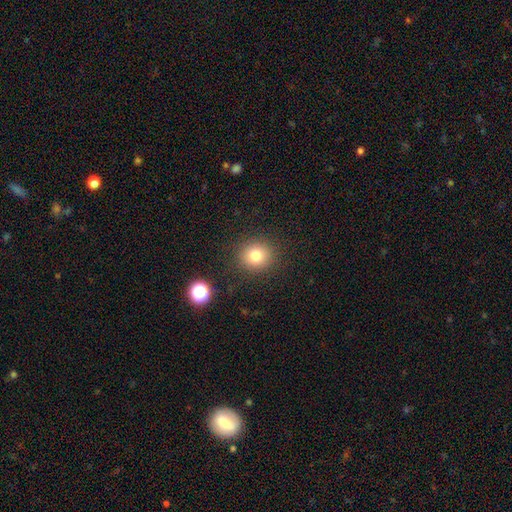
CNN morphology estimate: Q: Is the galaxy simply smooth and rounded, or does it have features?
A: smooth — 79%.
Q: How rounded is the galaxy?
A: round — 87%.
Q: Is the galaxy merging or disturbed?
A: none — 88%.